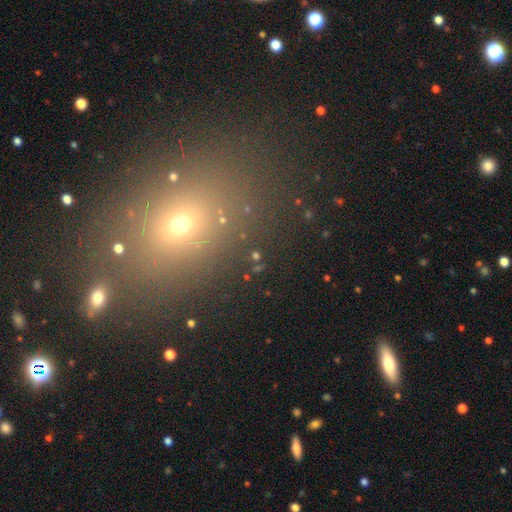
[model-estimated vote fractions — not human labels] Smooth or featured?
  - star or artifact: 44% *
  - smooth: 43%
  - featured or disk: 13%